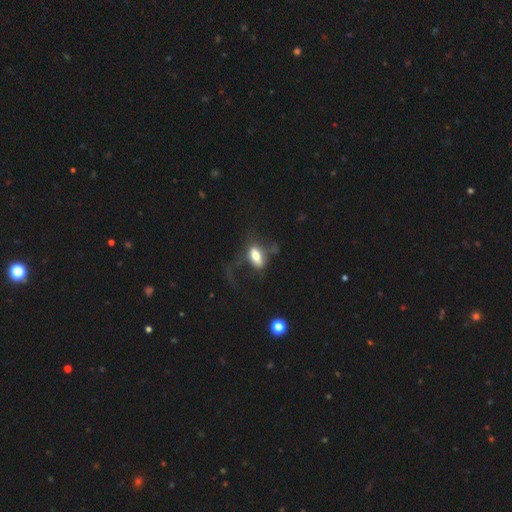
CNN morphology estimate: Smooth or featured? Predicted: smooth (p=0.63). How rounded? Predicted: in between (p=0.85). Merging? Predicted: major disturbance (p=0.48).